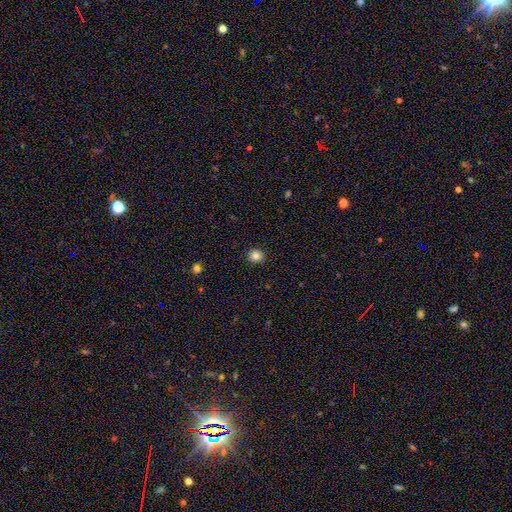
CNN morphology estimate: Smooth or featured: smooth — 84% (star or artifact — 12%)
How rounded: round — 87% (in between — 12%)
Merging: none — 92% (minor disturbance — 6%)